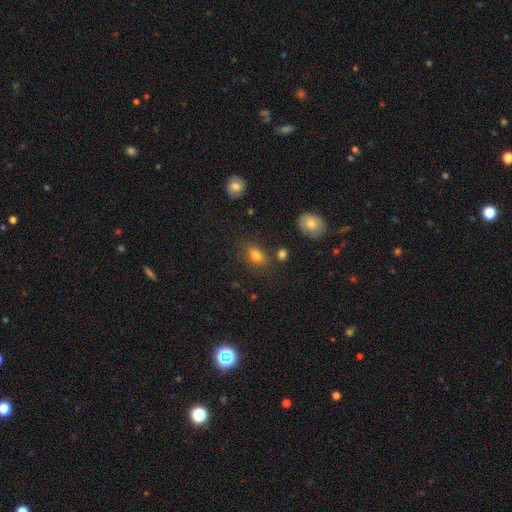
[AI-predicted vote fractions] smooth 79%, star or artifact 12%, featured or disk 10%. Down the decision tree: how rounded — in between (76%); merging — none (73%).